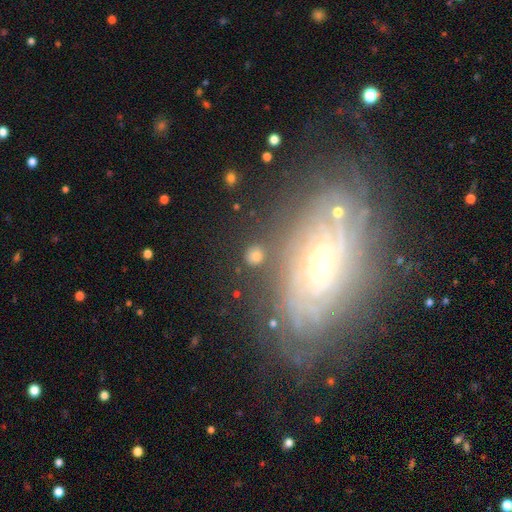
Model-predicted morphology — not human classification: Smooth or featured? Predicted: smooth (p=0.70). How rounded? Predicted: round (p=0.86). Merging? Predicted: none (p=0.84).